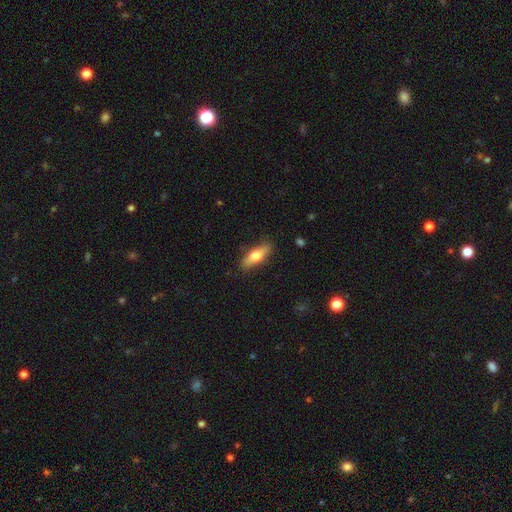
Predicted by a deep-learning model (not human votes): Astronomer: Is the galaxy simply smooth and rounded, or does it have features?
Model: smooth — 62%.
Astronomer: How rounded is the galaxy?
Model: in between — 52% (runner-up: cigar-shaped, 45%).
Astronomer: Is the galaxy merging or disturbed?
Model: none — 86%.